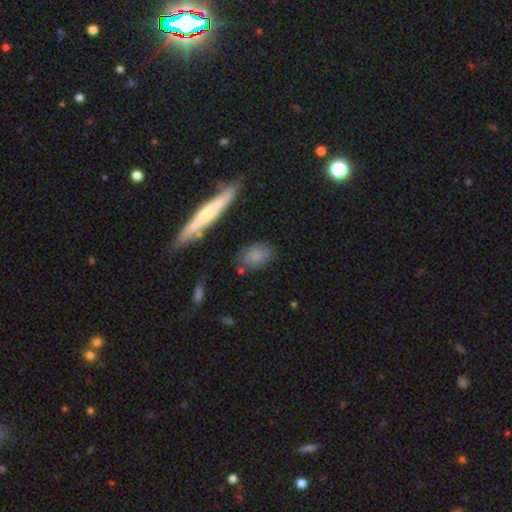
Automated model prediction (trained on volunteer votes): A smooth galaxy with no disk features (78%) that is in between round and cigar-shaped (72%).

Vote fractions:
- Smooth or featured? smooth: 78% / featured or disk: 14% / star or artifact: 8%
- How rounded? in between: 72% / round: 20% / cigar-shaped: 8%
- Merging? none: 74% / minor disturbance: 17% / major disturbance: 5% / merger: 4%